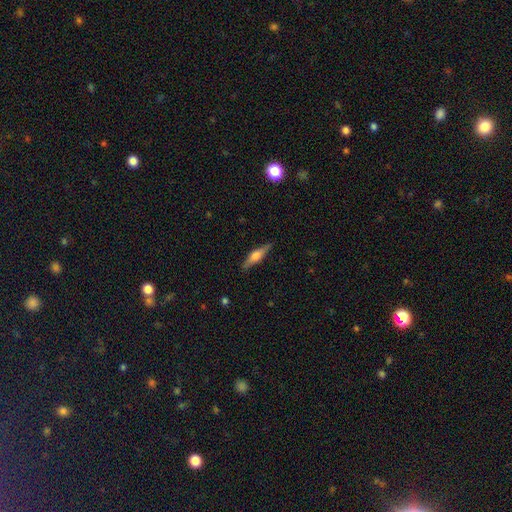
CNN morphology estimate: A featured or disk galaxy (59%) viewed edge-on (96%) with a rounded central bulge (82%).

Vote fractions:
- Smooth or featured? featured or disk: 59% / smooth: 34% / star or artifact: 6%
- Edge-on disk? yes: 96% / no: 4%
- Edge-on bulge? rounded: 82% / boxy: 15% / none: 3%
- Merging? none: 87% / minor disturbance: 10% / major disturbance: 2% / merger: 1%